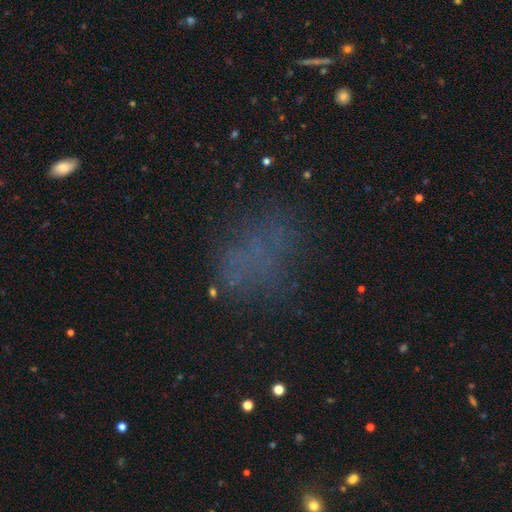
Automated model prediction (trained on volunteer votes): Q: Smooth or featured?
A: smooth (45%); runner-up: star or artifact (35%)
Q: Merging?
A: none (64%); runner-up: minor disturbance (17%)